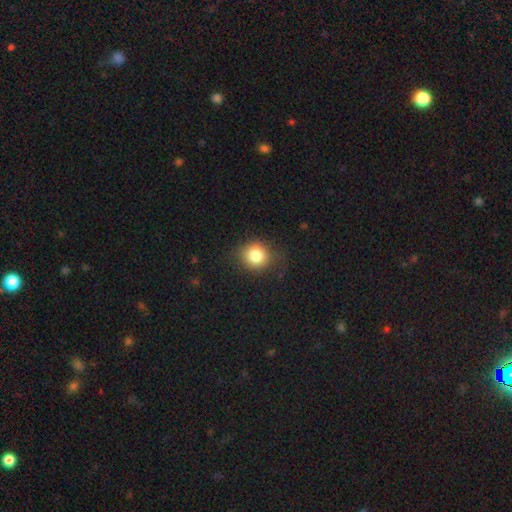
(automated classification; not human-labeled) This appears to be a smooth galaxy with no disk features (82%) that is round (84%). Merging: none (80%).